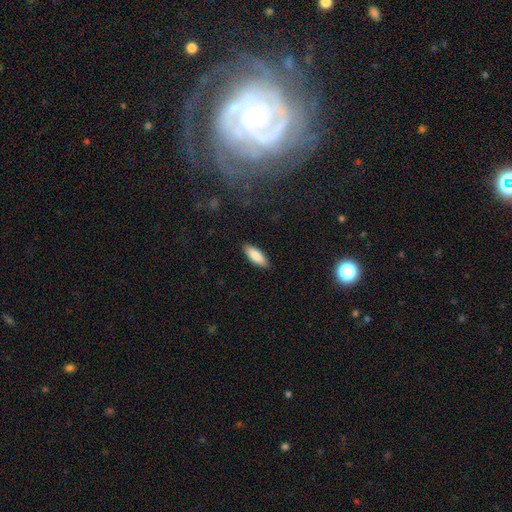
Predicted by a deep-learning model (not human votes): Q: Smooth or featured?
A: smooth (87%); runner-up: featured or disk (7%)
Q: How rounded?
A: in between (68%); runner-up: cigar-shaped (31%)
Q: Merging?
A: none (89%); runner-up: minor disturbance (8%)